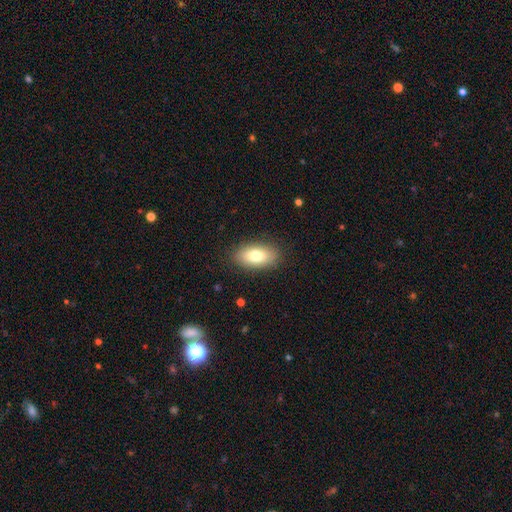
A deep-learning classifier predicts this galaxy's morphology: Smooth or featured? smooth (78%)
How rounded? in between (90%)
Merging? none (87%)